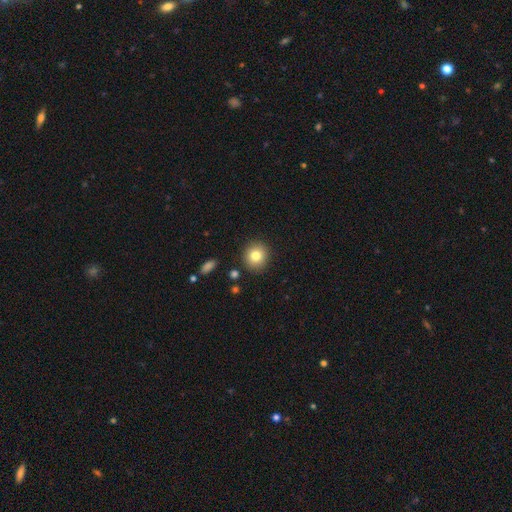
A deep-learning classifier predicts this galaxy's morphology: This appears to be a smooth galaxy with no disk features (80%) that is round (87%). Merging: none (89%).